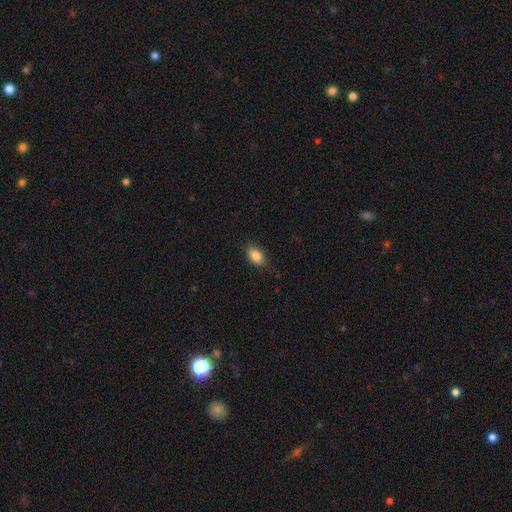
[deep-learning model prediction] Smooth or featured: smooth — 86% (star or artifact — 8%)
How rounded: in between — 86% (round — 13%)
Merging: none — 87% (minor disturbance — 10%)